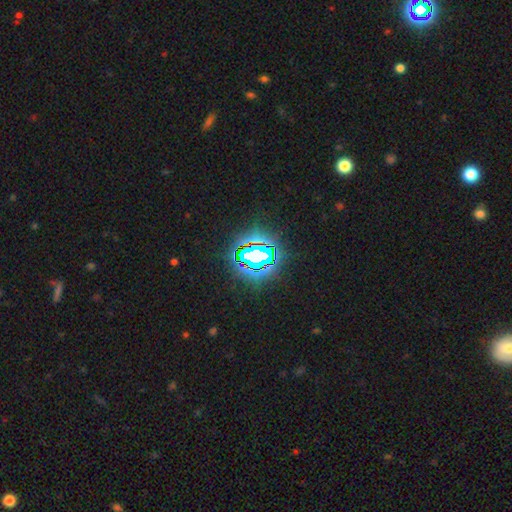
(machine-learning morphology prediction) smooth_or_featured: star or artifact (p=0.74) [alt: smooth p=0.14]